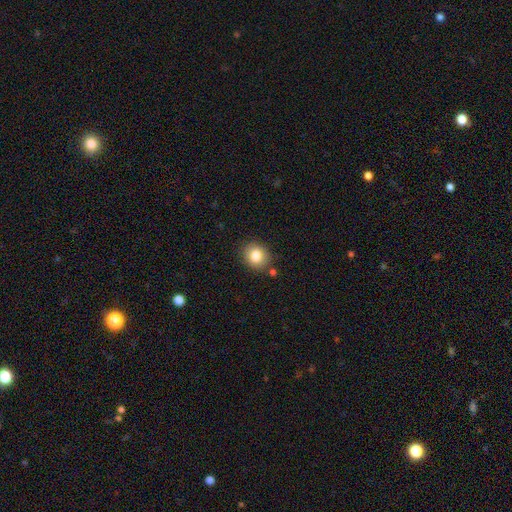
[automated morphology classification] Smooth or featured? smooth (82%)
How rounded? round (74%)
Merging? none (84%)